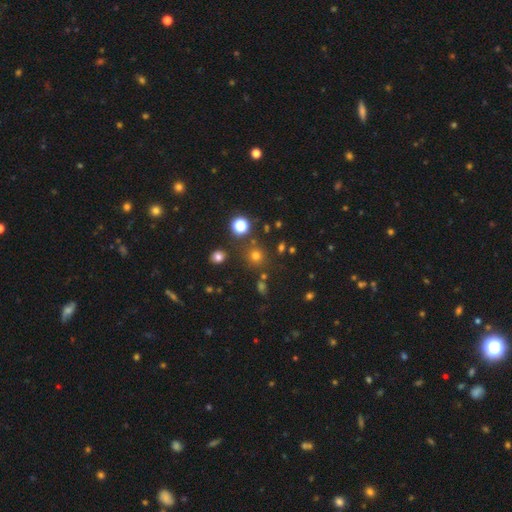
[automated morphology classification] Q: Smooth or featured?
A: smooth (65%); runner-up: star or artifact (28%)
Q: How rounded?
A: round (90%); runner-up: in between (9%)
Q: Merging?
A: none (81%); runner-up: minor disturbance (8%)